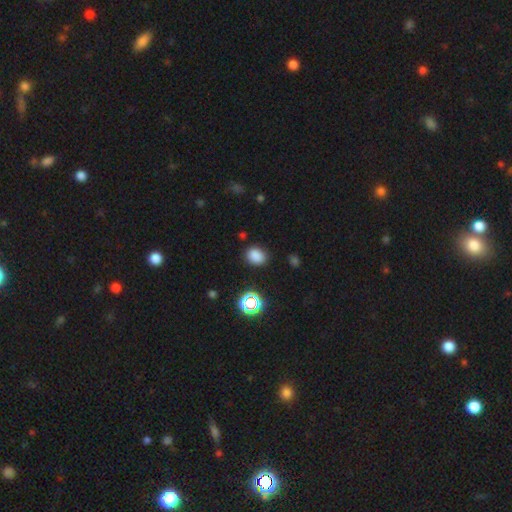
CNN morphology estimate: smooth 81%, star or artifact 15%, featured or disk 5%. Down the decision tree: how rounded — in between (54%); merging — none (83%).